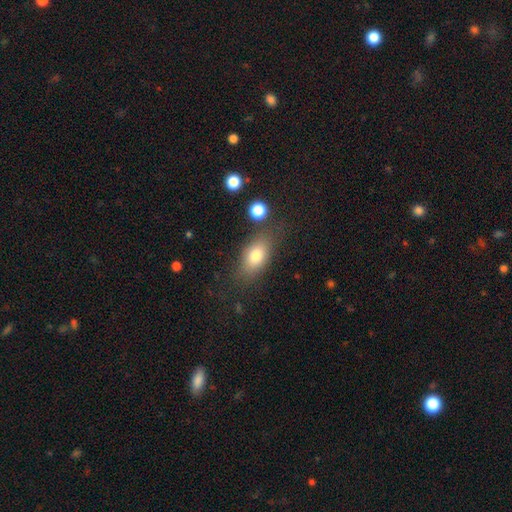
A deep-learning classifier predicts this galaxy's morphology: This appears to be a smooth galaxy with no disk features (77%) that is in between round and cigar-shaped (83%). Merging: none (71%).